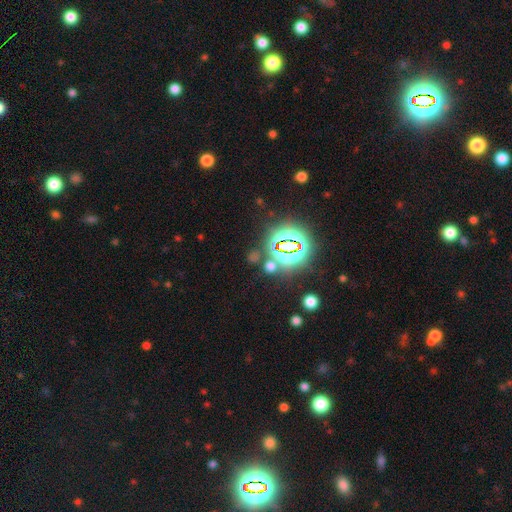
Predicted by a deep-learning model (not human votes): Overall: star or artifact (72%).